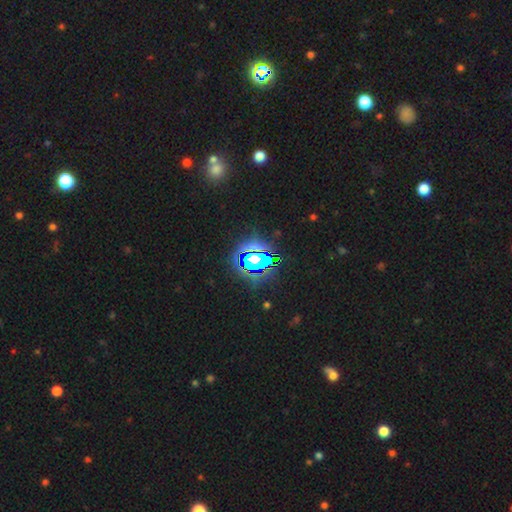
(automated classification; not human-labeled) Q: Smooth or featured?
A: star or artifact (75%); runner-up: smooth (15%)